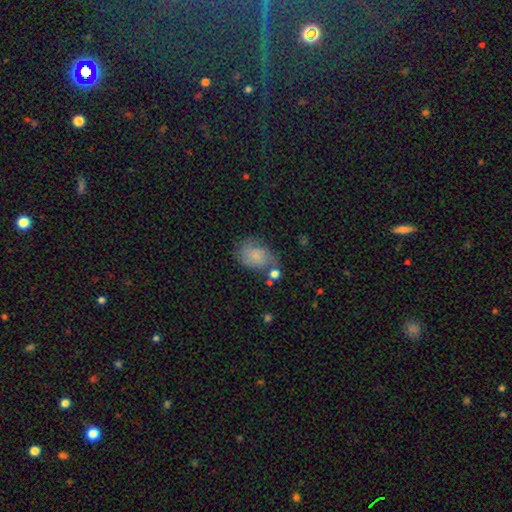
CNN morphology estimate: Smooth or featured?
  - smooth: 65% *
  - featured or disk: 25%
  - star or artifact: 10%
How rounded?
  - in between: 74% *
  - round: 24%
  - cigar-shaped: 1%
Merging?
  - none: 47% *
  - minor disturbance: 28%
  - major disturbance: 15%
  - merger: 10%